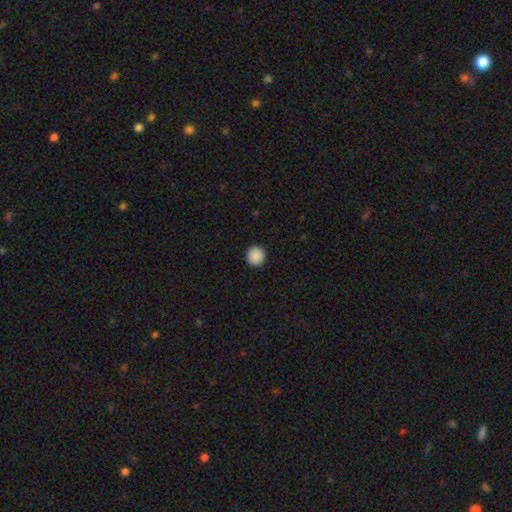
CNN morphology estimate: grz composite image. It shows a smooth galaxy with no disk features (90%) that is round (95%). Merging: none (93%).